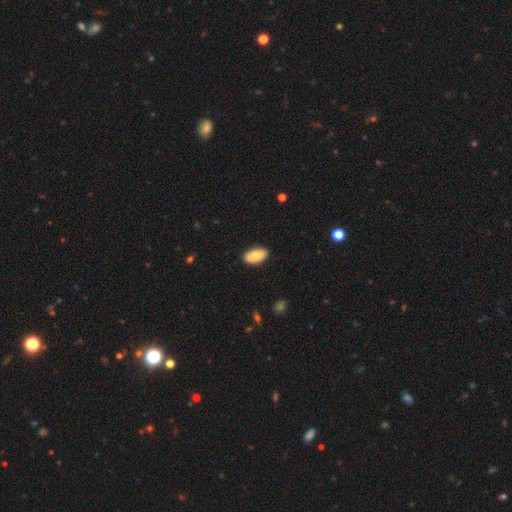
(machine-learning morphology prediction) Smooth or featured? smooth (81%)
How rounded? in between (94%)
Merging? none (86%)